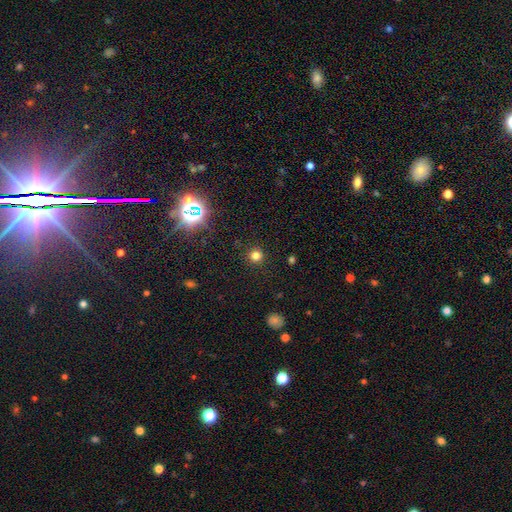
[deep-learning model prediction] Overall: smooth (77%). How rounded: round (95%). Merging: none (91%).